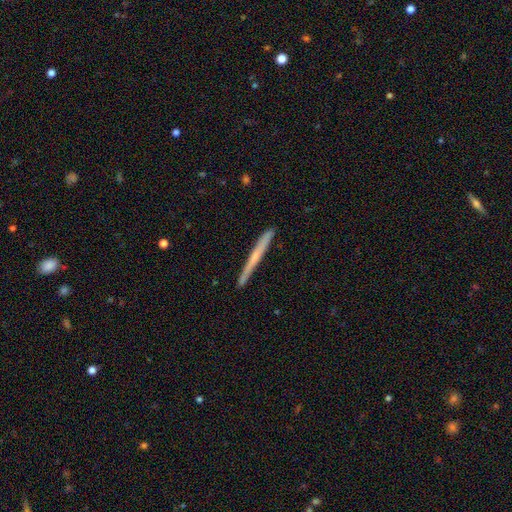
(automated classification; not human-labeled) Smooth or featured? Predicted: featured or disk (p=0.50). Merging? Predicted: none (p=0.89).